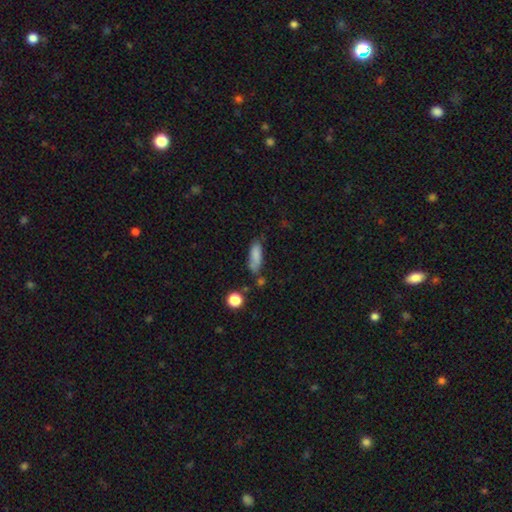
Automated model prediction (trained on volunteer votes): Overall: smooth (80%). How rounded: in between (59%; cigar-shaped 38%). Merging: none (53%; minor disturbance 26%).